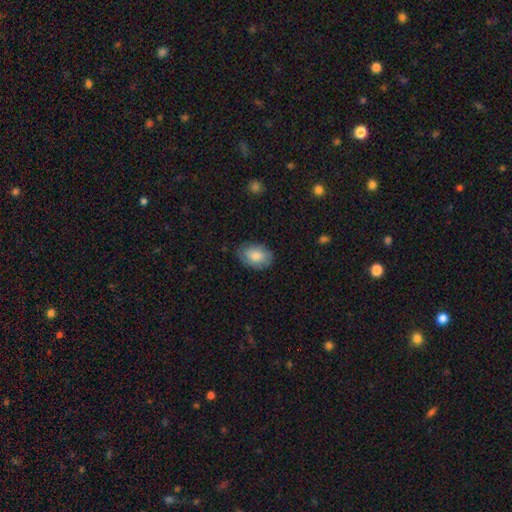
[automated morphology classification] smooth-or-featured: smooth: 81% | featured or disk: 13% | star or artifact: 6%
  how-rounded: in between: 84% | round: 15% | cigar-shaped: 1%
  merging: none: 83% | minor disturbance: 14% | major disturbance: 3% | merger: 1%